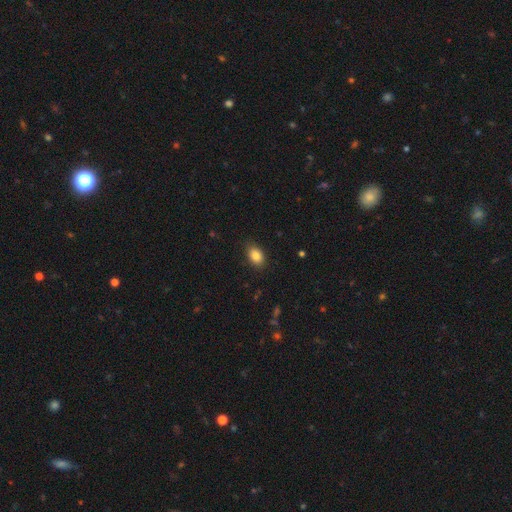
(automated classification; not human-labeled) Smooth or featured?
  - smooth: 86% *
  - star or artifact: 9%
  - featured or disk: 6%
How rounded?
  - in between: 83% *
  - round: 16%
  - cigar-shaped: 1%
Merging?
  - none: 85% *
  - minor disturbance: 11%
  - major disturbance: 3%
  - merger: 1%